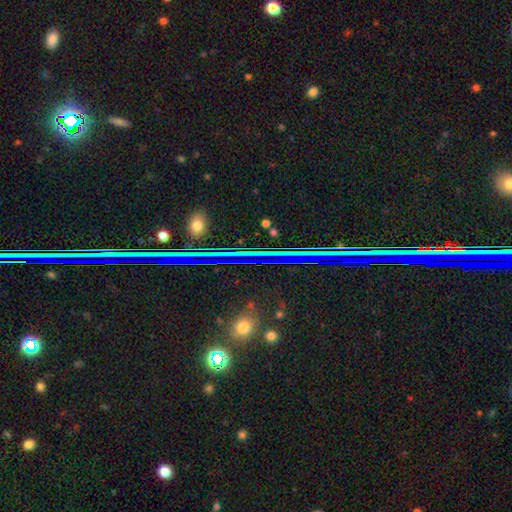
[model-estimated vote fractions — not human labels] smooth-or-featured: star or artifact: 79% | smooth: 12% | featured or disk: 9%